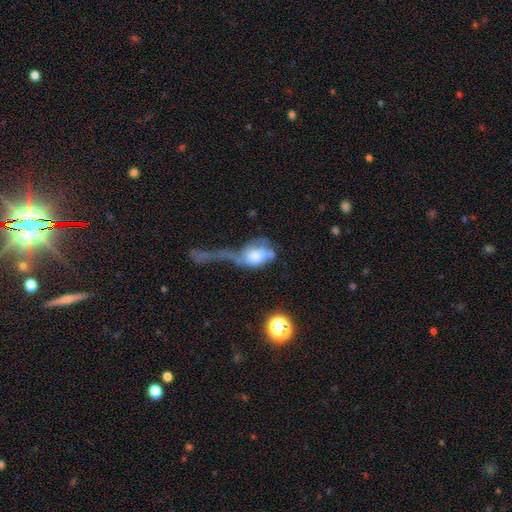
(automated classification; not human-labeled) Morphology: type=smooth (50%); merging=major disturbance (53%).